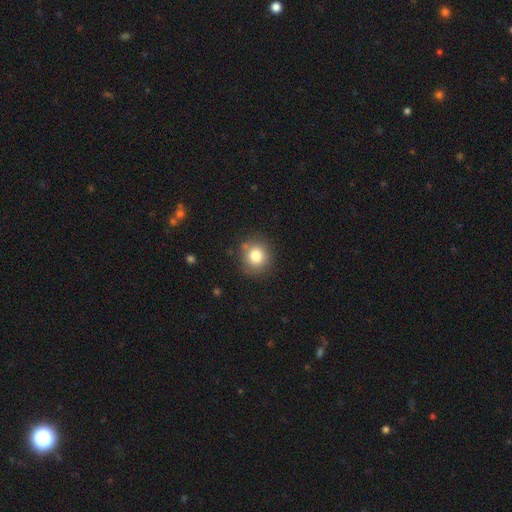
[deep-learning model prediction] Morphology: type=smooth (81%); roundness=round (86%); merging=none (84%).